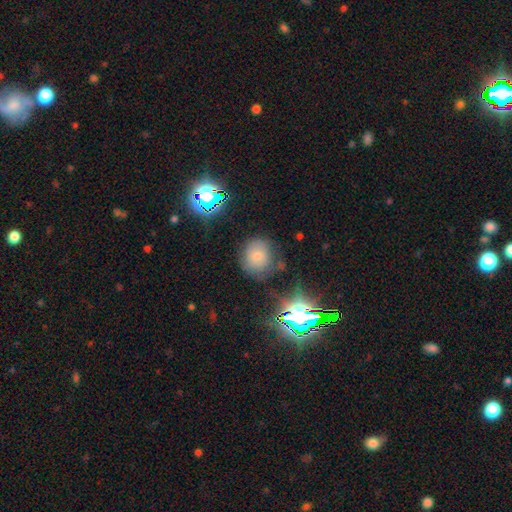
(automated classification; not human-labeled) A smooth galaxy with no disk features (68%) that is round (76%).

Vote fractions:
- Smooth or featured? smooth: 68% / star or artifact: 19% / featured or disk: 12%
- How rounded? round: 76% / in between: 22% / cigar-shaped: 1%
- Merging? none: 68% / minor disturbance: 19% / major disturbance: 8% / merger: 5%